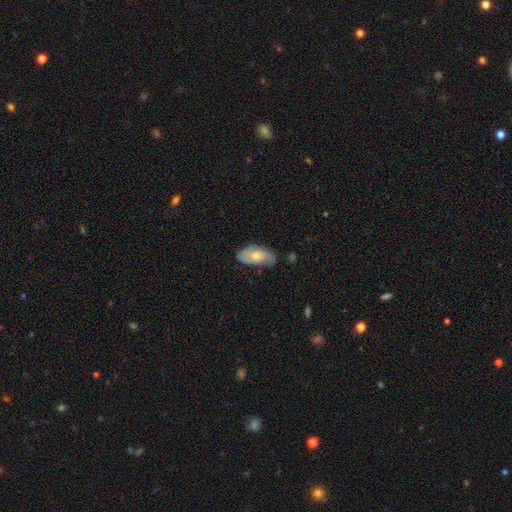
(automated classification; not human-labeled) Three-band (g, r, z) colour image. It shows a smooth galaxy with no disk features (61%) that is in between round and cigar-shaped (92%). Merging: none (68%).